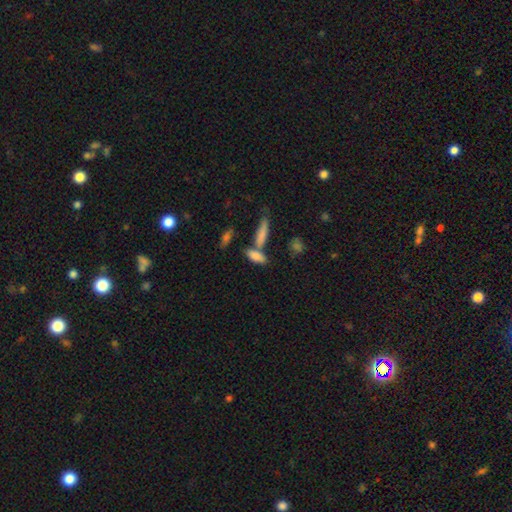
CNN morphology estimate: This is likely a smooth galaxy (78%). How rounded: likely in between (64%). Merging: possibly none (50%).